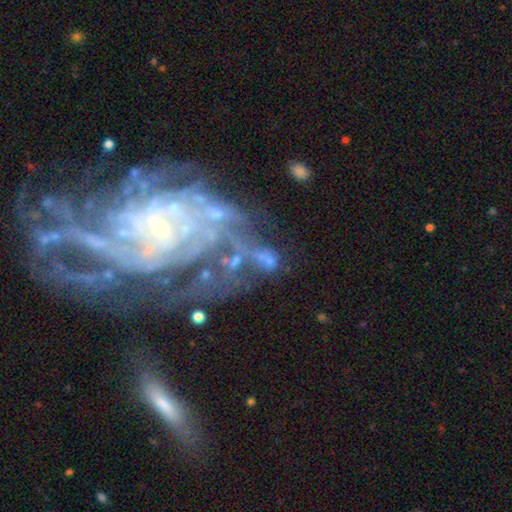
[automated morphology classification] type=featured or disk (85%); edge-on=no (96%); bar=no (66%); spiral arms=yes (93%); winding=tight (63%); arm count=can't tell (35%); bulge=small (79%); merging=none (44%).